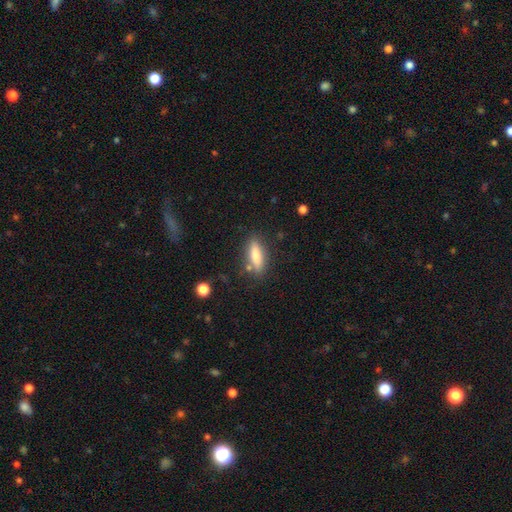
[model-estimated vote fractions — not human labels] Overall: smooth (74%). How rounded: cigar-shaped (53%; in between 44%). Merging: none (80%).